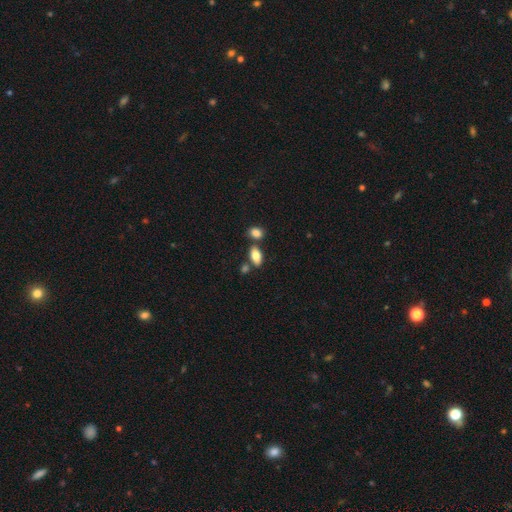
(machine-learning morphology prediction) Smooth or featured?
  - smooth: 81% *
  - featured or disk: 11%
  - star or artifact: 7%
How rounded?
  - in between: 90% *
  - round: 5%
  - cigar-shaped: 5%
Merging?
  - none: 66% *
  - merger: 20%
  - minor disturbance: 11%
  - major disturbance: 3%